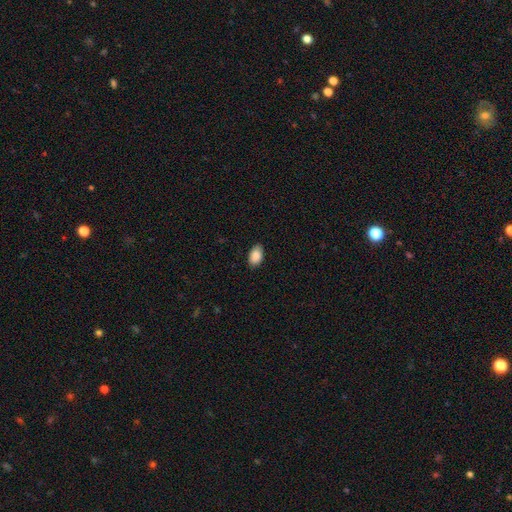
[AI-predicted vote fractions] Smooth or featured?
  - smooth: 89% *
  - star or artifact: 7%
  - featured or disk: 4%
How rounded?
  - in between: 91% *
  - round: 8%
  - cigar-shaped: 1%
Merging?
  - none: 85% *
  - minor disturbance: 11%
  - major disturbance: 2%
  - merger: 1%